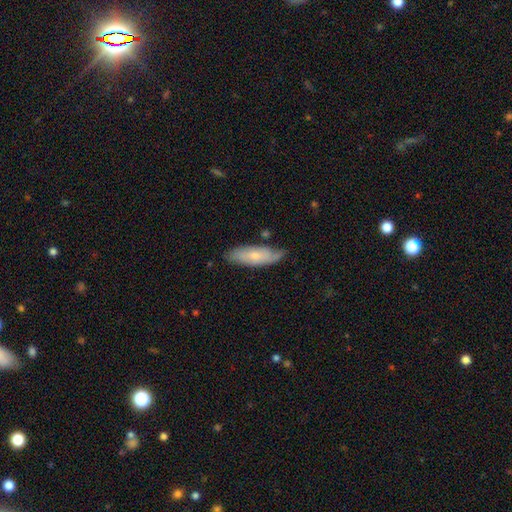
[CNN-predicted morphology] Smooth or featured?
  - smooth: 53% *
  - featured or disk: 41%
  - star or artifact: 6%
How rounded?
  - in between: 59% *
  - cigar-shaped: 39%
  - round: 2%
Merging?
  - none: 68% *
  - minor disturbance: 24%
  - major disturbance: 5%
  - merger: 3%